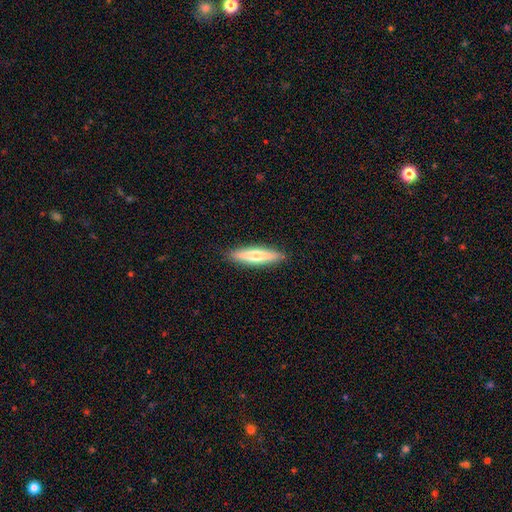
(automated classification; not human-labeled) smooth_or_featured: smooth (p=0.53) [alt: featured or disk p=0.42]
how_rounded: cigar-shaped (p=0.84) [alt: in between p=0.14]
merging: none (p=0.90) [alt: minor disturbance p=0.07]